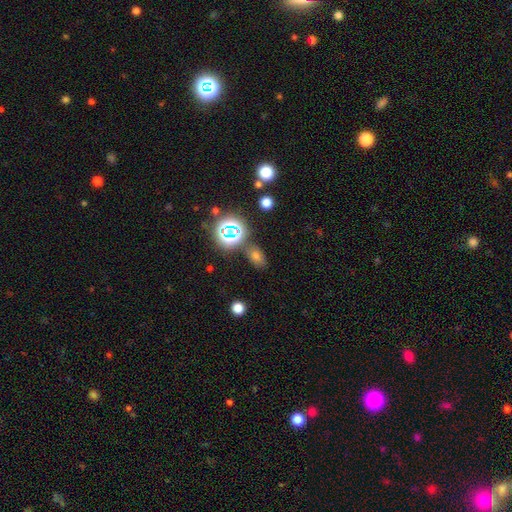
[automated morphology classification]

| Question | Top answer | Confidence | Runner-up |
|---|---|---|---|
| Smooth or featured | smooth | 56% | star or artifact (35%) |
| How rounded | in between | 73% | round (25%) |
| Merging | none | 78% | minor disturbance (12%) |